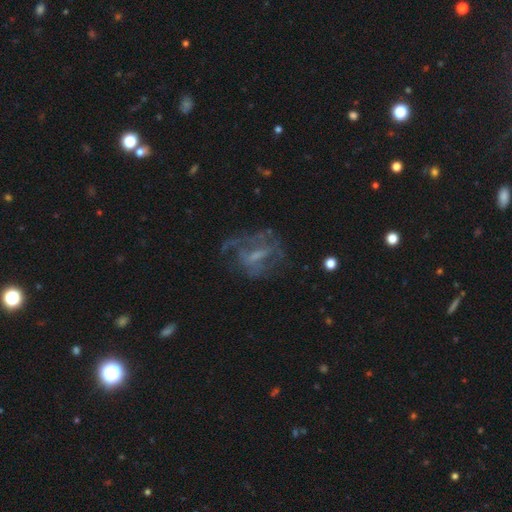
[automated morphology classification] This is likely a featured or disk galaxy (66%). It is clearly not viewed edge-on (94%). Bar: marginally weak (45%). Spiral arm pattern: possibly yes (55%). Central bulge: marginally small (40%). Merging: possibly none (48%).